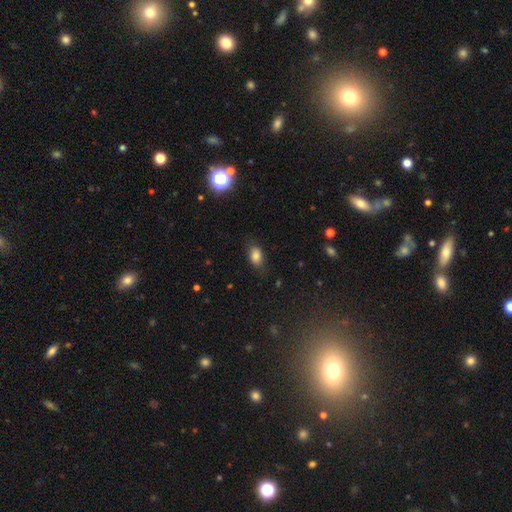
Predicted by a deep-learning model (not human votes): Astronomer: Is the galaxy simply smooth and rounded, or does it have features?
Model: smooth — 82%.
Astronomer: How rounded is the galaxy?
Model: in between — 86%.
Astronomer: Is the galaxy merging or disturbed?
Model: none — 78%.